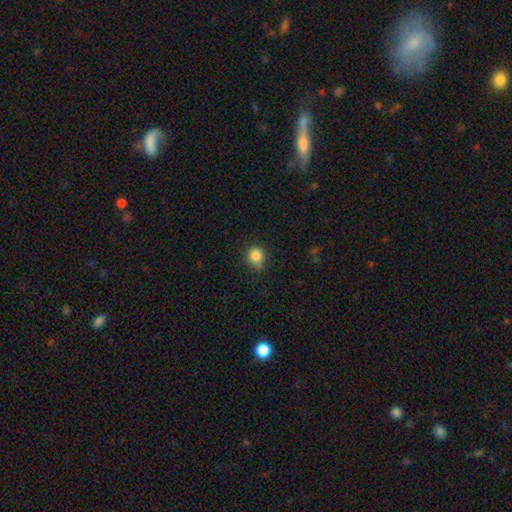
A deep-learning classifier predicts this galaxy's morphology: A smooth galaxy with no disk features (85%) that is round (89%).

Vote fractions:
- Smooth or featured? smooth: 85% / star or artifact: 11% / featured or disk: 4%
- How rounded? round: 89% / in between: 11% / cigar-shaped: 1%
- Merging? none: 74% / minor disturbance: 20% / major disturbance: 4% / merger: 2%